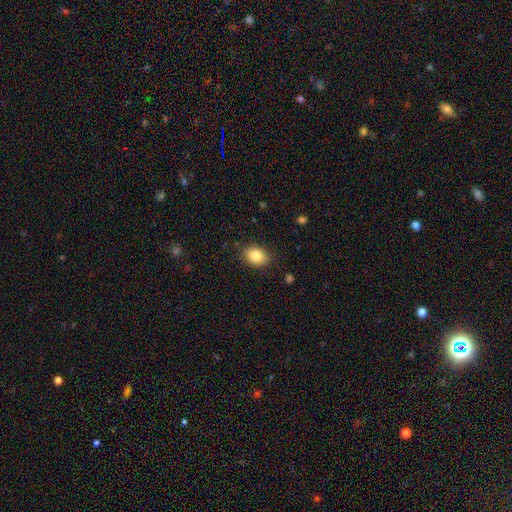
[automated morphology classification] This appears to be a smooth galaxy with no disk features (84%) that is in between round and cigar-shaped (67%). Merging: none (87%).